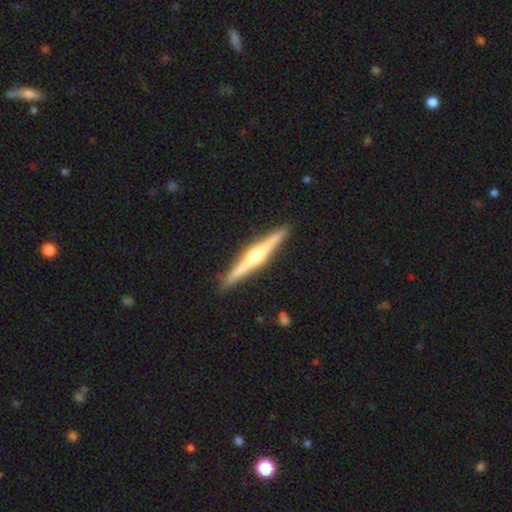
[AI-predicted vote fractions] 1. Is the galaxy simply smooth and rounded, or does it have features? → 80% featured or disk, 15% smooth, 5% star or artifact.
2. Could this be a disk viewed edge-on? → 98% yes, 2% no.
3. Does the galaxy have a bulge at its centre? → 92% rounded, 4% boxy, 4% none.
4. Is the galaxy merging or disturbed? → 92% none, 6% minor disturbance, 1% major disturbance, 1% merger.